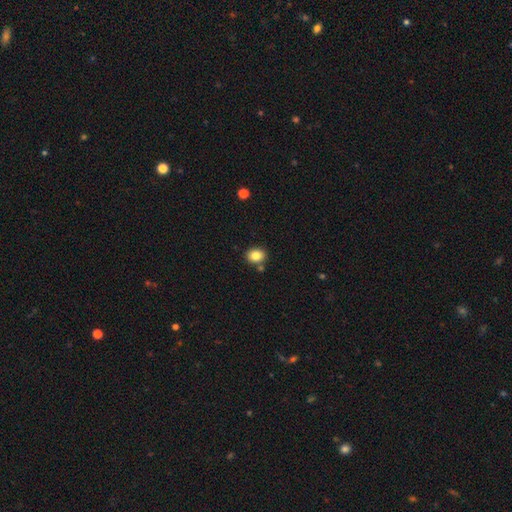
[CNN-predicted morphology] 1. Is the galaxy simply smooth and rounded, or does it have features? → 82% smooth, 10% star or artifact, 7% featured or disk.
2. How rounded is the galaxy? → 58% round, 41% in between, 1% cigar-shaped.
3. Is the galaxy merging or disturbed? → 79% none, 10% minor disturbance, 9% merger, 2% major disturbance.